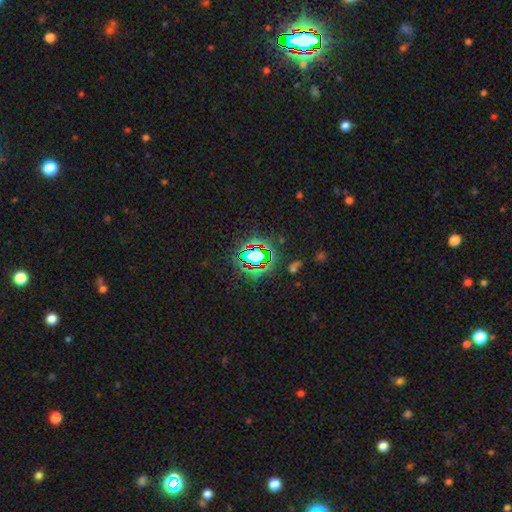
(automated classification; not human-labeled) smooth-or-featured: star or artifact: 72% | smooth: 17% | featured or disk: 11%